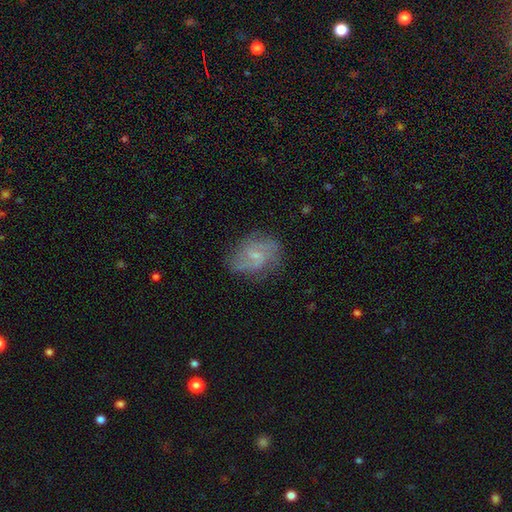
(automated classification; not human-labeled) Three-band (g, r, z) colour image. It shows a featured or disk galaxy (71%) with a weak bar (56%), 2 (60%) medium (47%) spiral arms (89%) and a small central bulge (64%). Merging: none (69%).